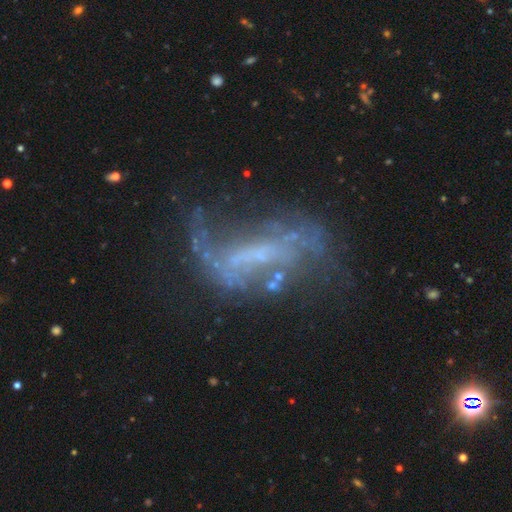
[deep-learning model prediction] The model was most divided on "bar": no: 36%, weak: 35%, strong: 29%. Remaining: edge-on disk — no (93%); smooth or featured — featured or disk (74%); spiral arms — yes (60%); bulge size — none (46%); merging — none (38%).